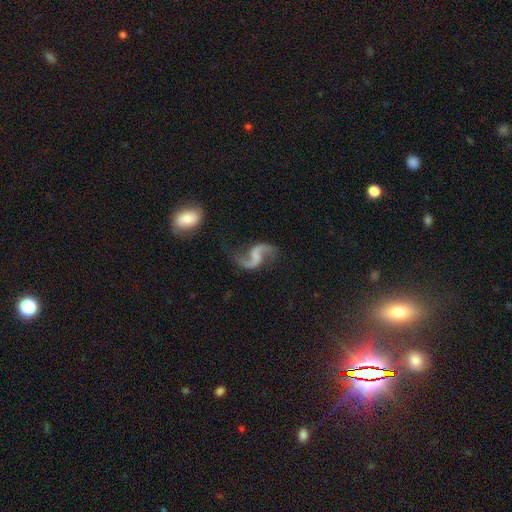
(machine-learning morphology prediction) A featured or disk galaxy (90%) with a weak bar (44%), 2 (94%) loose (85%) spiral arms (97%) and no central bulge (64%). Merging: none (71%).